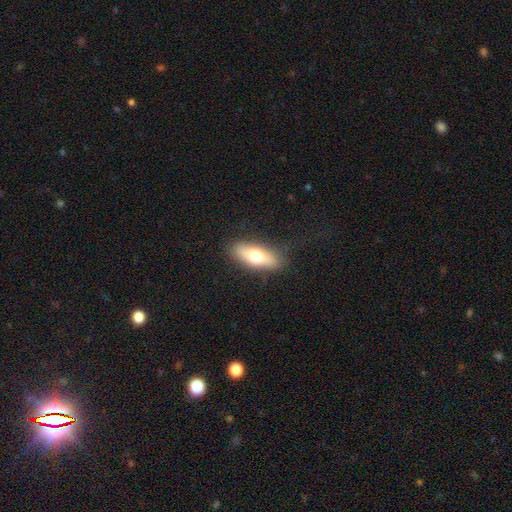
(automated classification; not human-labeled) Morphology: type=smooth (66%); roundness=in between (71%); merging=none (83%).